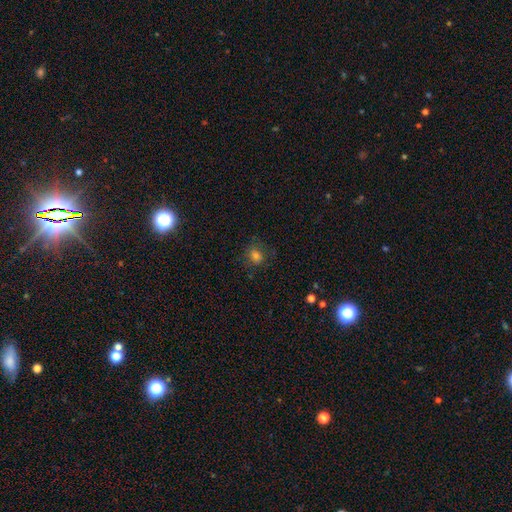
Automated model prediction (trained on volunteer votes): Q: Smooth or featured?
A: smooth (74%); runner-up: star or artifact (16%)
Q: How rounded?
A: round (61%); runner-up: in between (38%)
Q: Merging?
A: none (75%); runner-up: minor disturbance (16%)